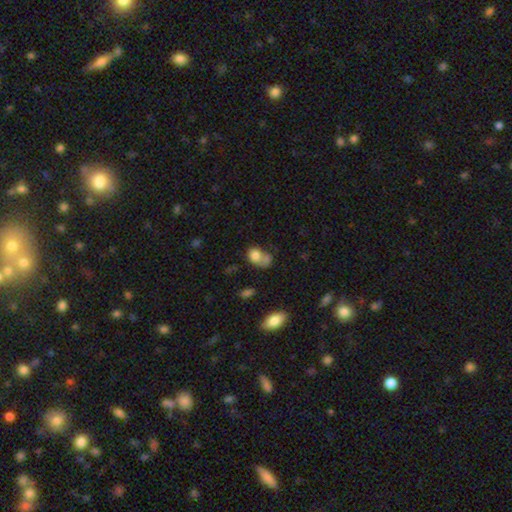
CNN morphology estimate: Overall: smooth (78%). How rounded: in between (59%; round 40%). Merging: merger (40%; none 30%).